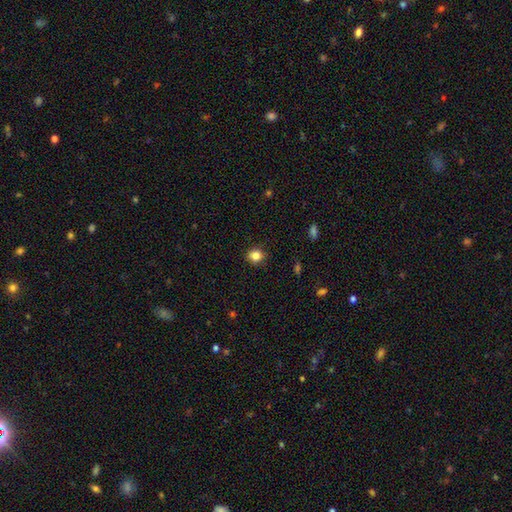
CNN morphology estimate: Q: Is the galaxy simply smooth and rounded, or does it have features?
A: smooth — 84%.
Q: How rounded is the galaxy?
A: round — 76%.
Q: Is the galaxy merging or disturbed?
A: none — 88%.